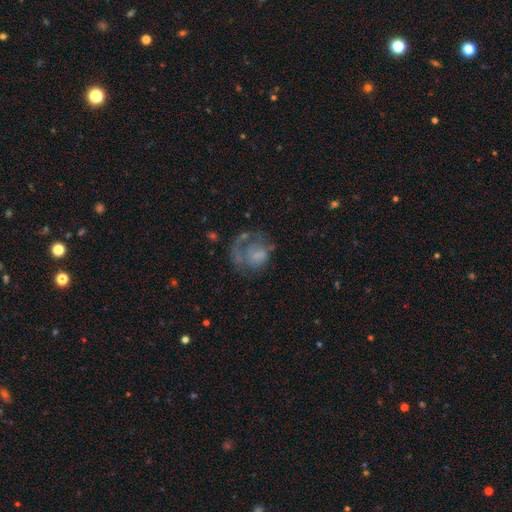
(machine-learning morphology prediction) A featured or disk galaxy (53%) with no bar (81%), no spiral arms (51%) and no central bulge (48%). Merging: major disturbance (43%).